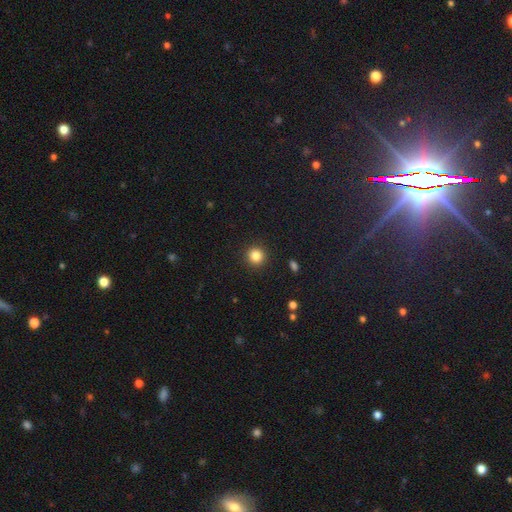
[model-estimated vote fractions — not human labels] Smooth or featured: smooth — 84% (star or artifact — 11%)
How rounded: round — 93% (in between — 6%)
Merging: none — 92% (minor disturbance — 5%)